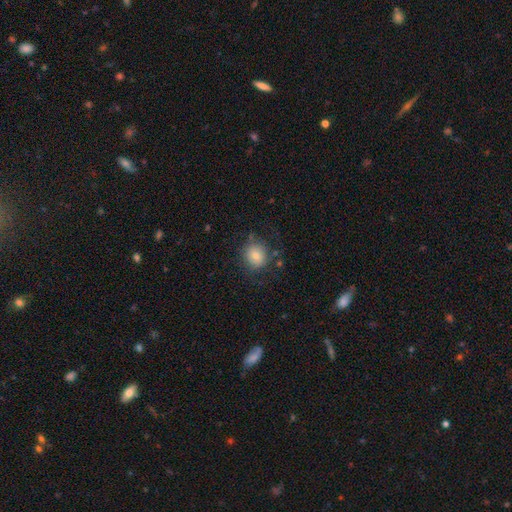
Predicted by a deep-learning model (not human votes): The model was most divided on "merging": none: 77%, minor disturbance: 15%, major disturbance: 6%, merger: 2%. More confident: how rounded — round (83%); smooth or featured — smooth (76%).